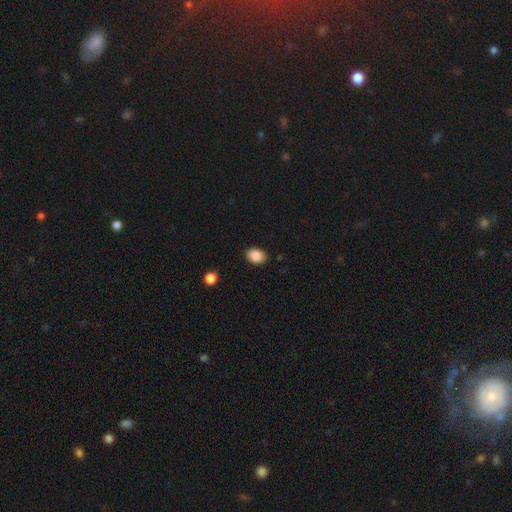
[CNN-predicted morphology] Smooth or featured? smooth (88%)
How rounded? in between (70%)
Merging? none (87%)